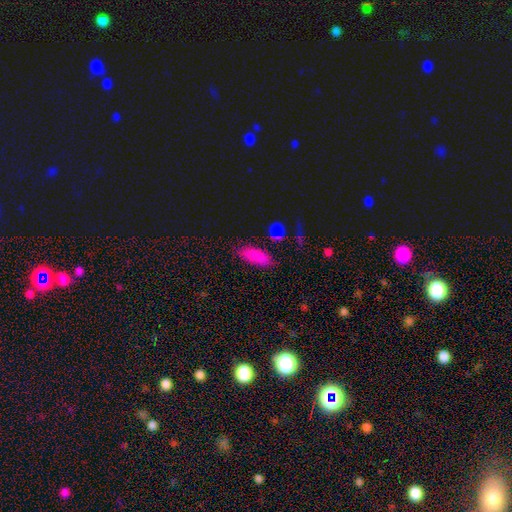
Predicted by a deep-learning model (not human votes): Q: Smooth or featured?
A: smooth (84%); runner-up: star or artifact (9%)
Q: How rounded?
A: in between (74%); runner-up: cigar-shaped (23%)
Q: Merging?
A: none (78%); runner-up: minor disturbance (14%)